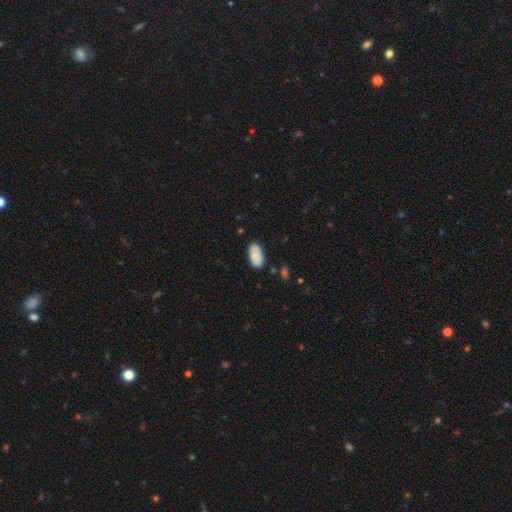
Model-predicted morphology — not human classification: smooth_or_featured: smooth (p=0.77) [alt: featured or disk p=0.17]
how_rounded: in between (p=0.94) [alt: cigar-shaped p=0.03]
merging: none (p=0.68) [alt: minor disturbance p=0.21]